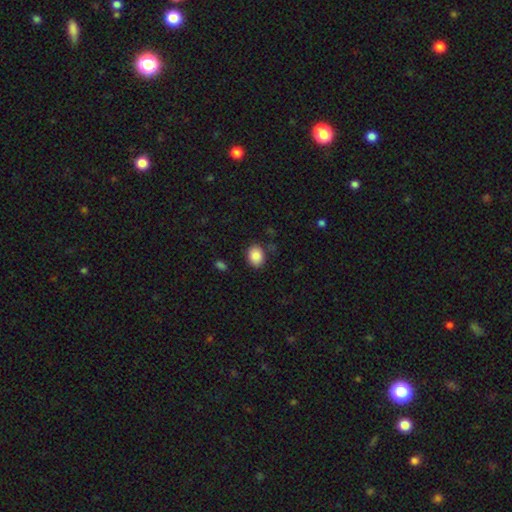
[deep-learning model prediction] A smooth galaxy with no disk features (88%) that is in between round and cigar-shaped (58%). Merging: none (82%).